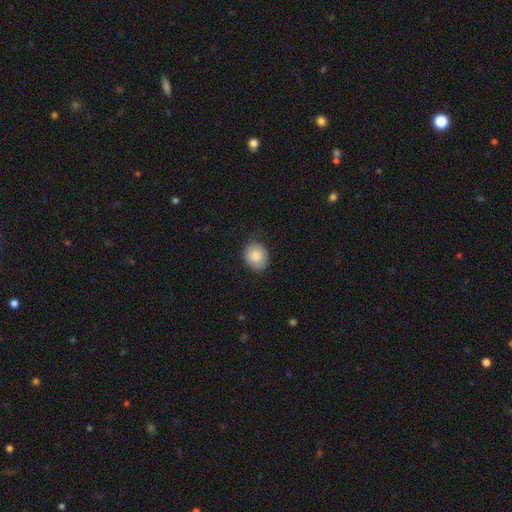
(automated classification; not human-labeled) A smooth galaxy with no disk features (85%) that is round (61%).

Vote fractions:
- Smooth or featured? smooth: 85% / featured or disk: 8% / star or artifact: 7%
- How rounded? round: 61% / in between: 38% / cigar-shaped: 1%
- Merging? none: 73% / minor disturbance: 21% / major disturbance: 5% / merger: 1%